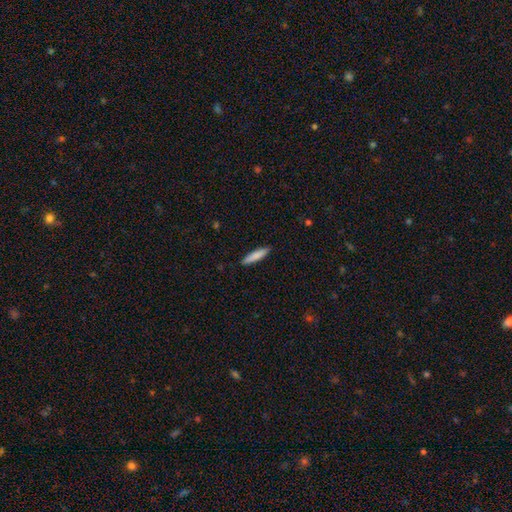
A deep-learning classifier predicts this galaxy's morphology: This appears to be a smooth galaxy with no disk features (84%) that is cigar-shaped (85%). Merging: none (90%).